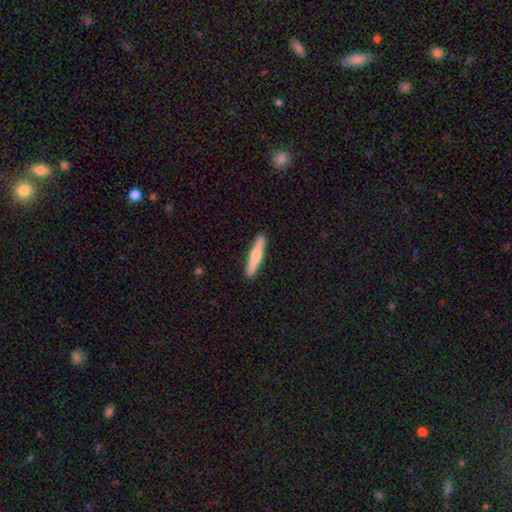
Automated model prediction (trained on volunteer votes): A smooth galaxy with no disk features (58%) that is cigar-shaped (90%). Merging: none (91%).